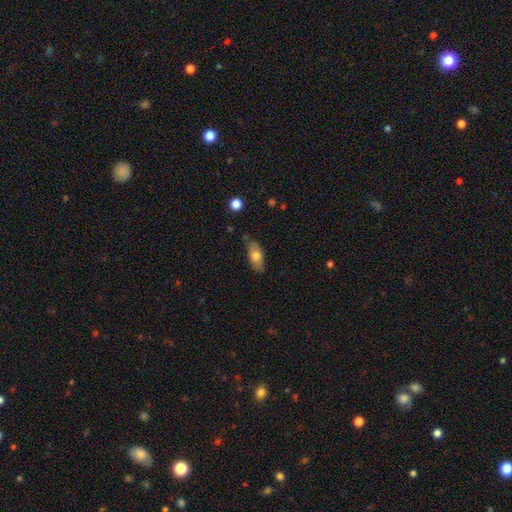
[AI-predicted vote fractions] A smooth galaxy with no disk features (70%) that is in between round and cigar-shaped (80%). Merging: none (76%).